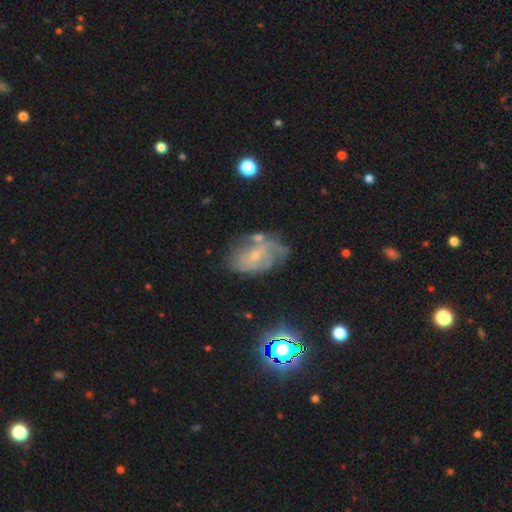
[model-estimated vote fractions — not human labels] smooth_or_featured: featured or disk (p=0.69) [alt: smooth p=0.19]
disk_edge_on: no (p=0.96) [alt: yes p=0.04]
bar: no (p=0.69) [alt: weak p=0.27]
has_spiral_arms: yes (p=0.85) [alt: no p=0.15]
spiral_winding: tight (p=0.48) [alt: medium p=0.35]
spiral_arm_count: can't tell (p=0.46) [alt: 2 p=0.22]
bulge_size: small (p=0.74) [alt: moderate p=0.21]
merging: none (p=0.51) [alt: minor disturbance p=0.26]